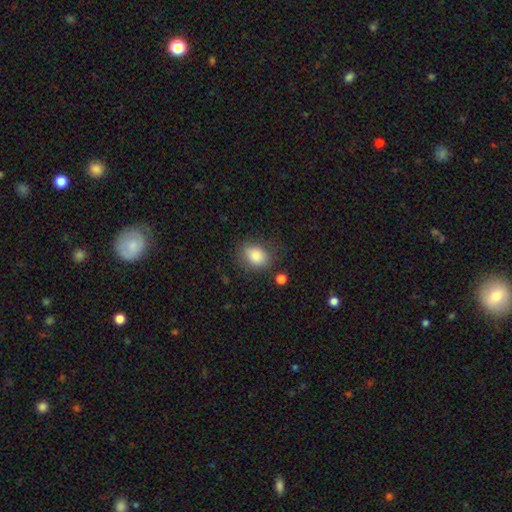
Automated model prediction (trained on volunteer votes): smooth 85%, star or artifact 9%, featured or disk 7%. Down the decision tree: how rounded — in between (62%); merging — none (72%).